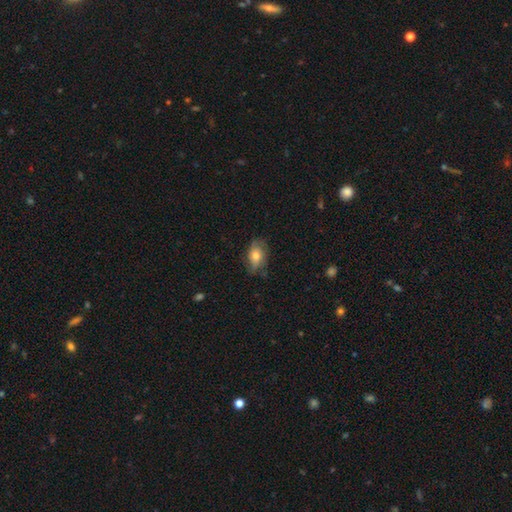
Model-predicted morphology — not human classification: Smooth or featured: smooth — 63% (featured or disk — 28%)
How rounded: in between — 84% (round — 13%)
Merging: none — 62% (minor disturbance — 28%)